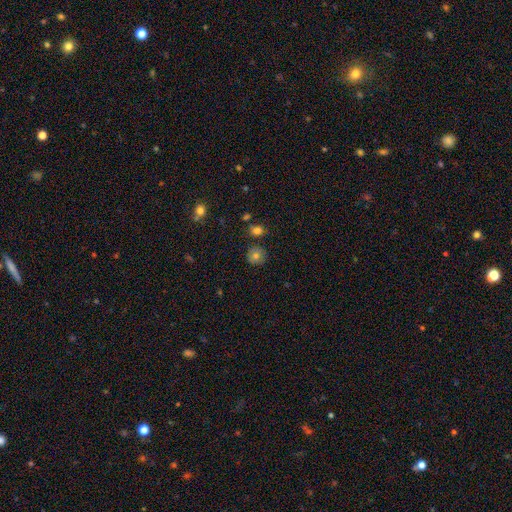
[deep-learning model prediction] Smooth or featured: smooth — 77% (star or artifact — 12%)
How rounded: round — 91% (in between — 8%)
Merging: none — 85% (minor disturbance — 9%)